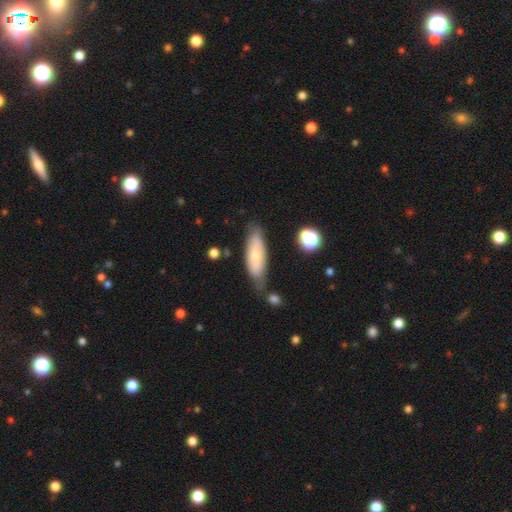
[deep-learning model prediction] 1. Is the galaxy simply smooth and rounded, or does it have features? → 65% smooth, 29% featured or disk, 7% star or artifact.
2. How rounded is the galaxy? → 59% in between, 39% cigar-shaped, 2% round.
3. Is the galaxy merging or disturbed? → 68% none, 22% minor disturbance, 5% major disturbance, 5% merger.